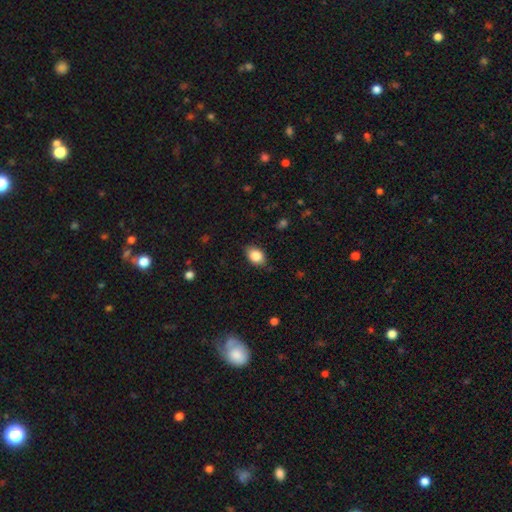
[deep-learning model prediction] Morphology: type=smooth (85%); roundness=in between (77%); merging=none (82%).